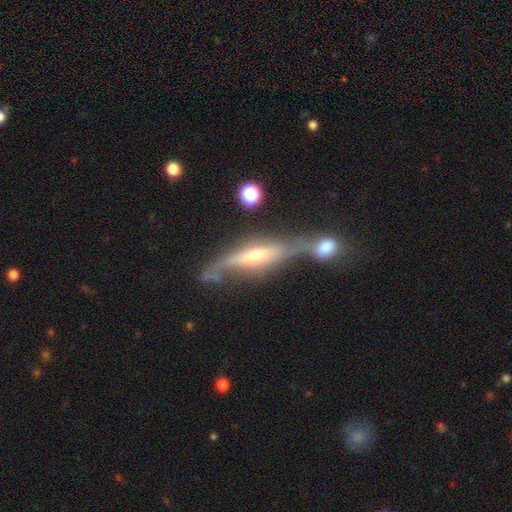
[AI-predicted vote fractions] Smooth or featured?
  - featured or disk: 78% *
  - smooth: 15%
  - star or artifact: 8%
Edge-on disk?
  - yes: 78% *
  - no: 22%
Edge-on bulge?
  - rounded: 74% *
  - boxy: 15%
  - none: 11%
Merging?
  - merger: 38% *
  - none: 37%
  - minor disturbance: 16%
  - major disturbance: 10%